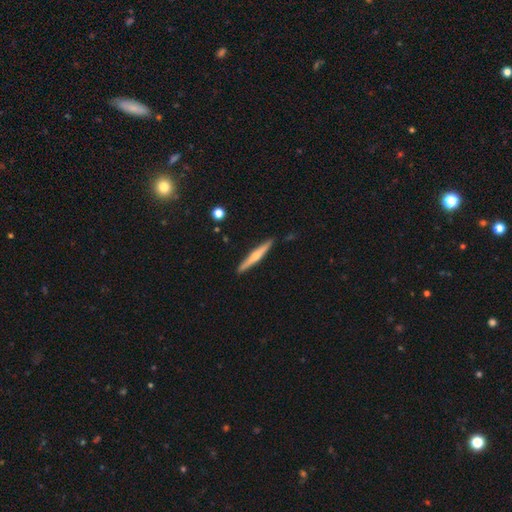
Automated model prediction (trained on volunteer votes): smooth-or-featured: featured or disk: 57% | smooth: 37% | star or artifact: 5%
  disk-edge-on: yes: 97% | no: 3%
    edge-on-bulge: rounded: 79% | none: 17% | boxy: 5%
  merging: none: 91% | minor disturbance: 7% | merger: 1% | major disturbance: 1%